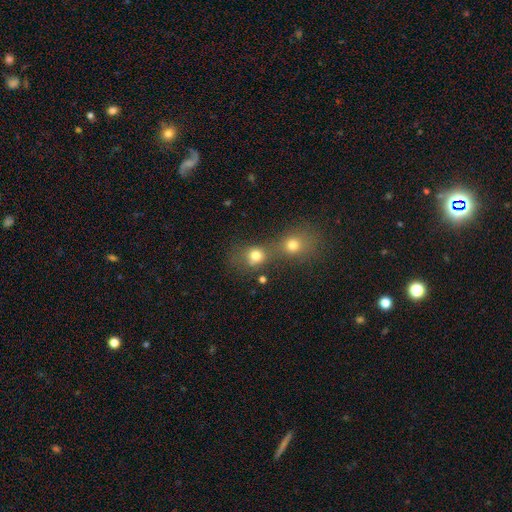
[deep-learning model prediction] smooth-or-featured: smooth: 76% | star or artifact: 15% | featured or disk: 10%
  how-rounded: round: 76% | in between: 22% | cigar-shaped: 1%
  merging: merger: 52% | none: 35% | minor disturbance: 7% | major disturbance: 5%